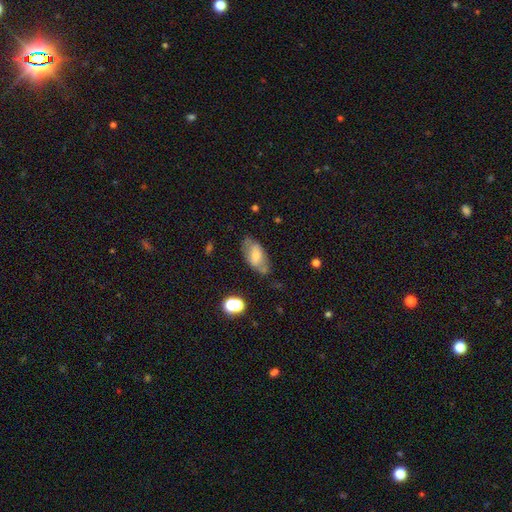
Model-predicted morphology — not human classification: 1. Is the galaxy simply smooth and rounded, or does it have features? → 58% smooth, 34% featured or disk, 8% star or artifact.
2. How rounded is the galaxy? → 89% in between, 6% cigar-shaped, 5% round.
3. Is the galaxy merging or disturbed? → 56% none, 27% minor disturbance, 11% major disturbance, 6% merger.